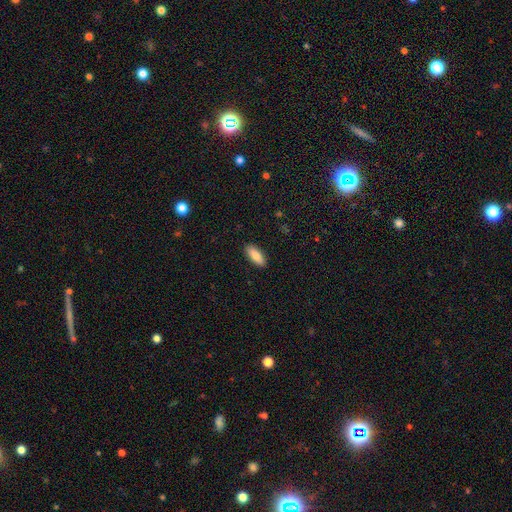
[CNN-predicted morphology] type=smooth (84%); roundness=in between (79%); merging=none (90%).